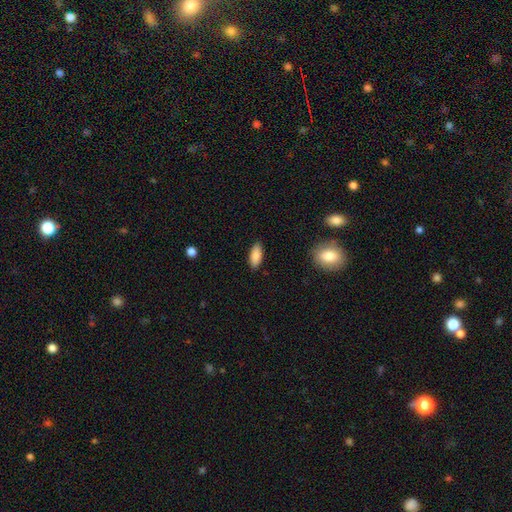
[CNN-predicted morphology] This appears to be a smooth galaxy with no disk features (87%) that is in between round and cigar-shaped (84%). Merging: none (88%).